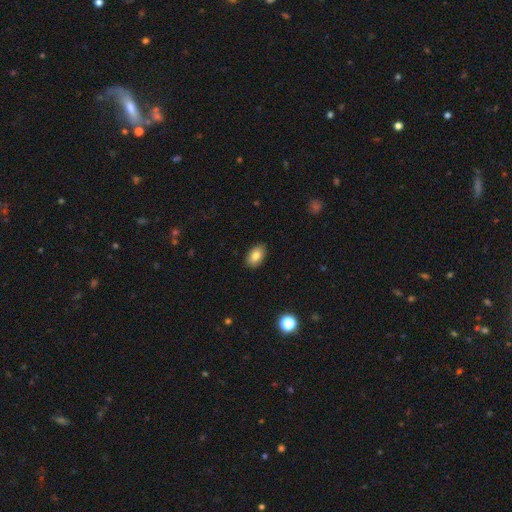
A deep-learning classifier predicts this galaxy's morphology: smooth-or-featured: smooth: 82% | featured or disk: 10% | star or artifact: 8%
  how-rounded: in between: 90% | round: 9% | cigar-shaped: 1%
  merging: none: 89% | minor disturbance: 8% | major disturbance: 2% | merger: 1%